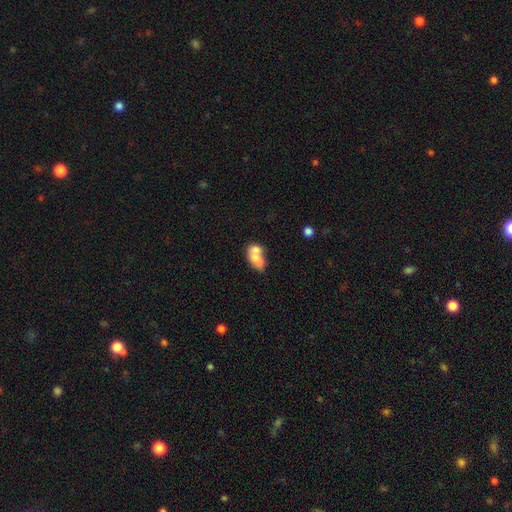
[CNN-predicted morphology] smooth-or-featured: smooth: 63% | featured or disk: 28% | star or artifact: 8%
  how-rounded: in between: 86% | round: 10% | cigar-shaped: 4%
  merging: merger: 59% | none: 22% | minor disturbance: 11% | major disturbance: 7%